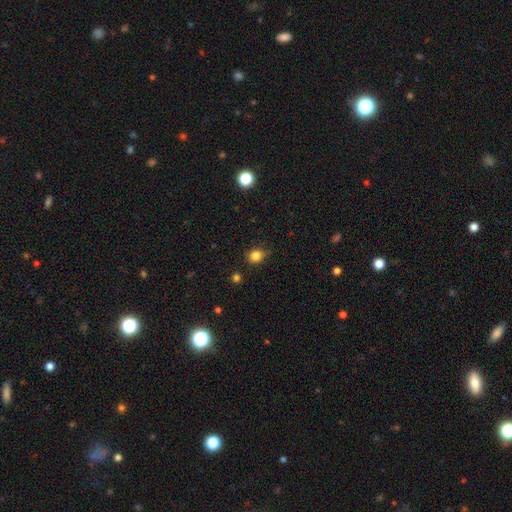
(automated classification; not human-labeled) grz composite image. It shows a smooth galaxy with no disk features (83%) that is round (67%). Merging: none (78%).